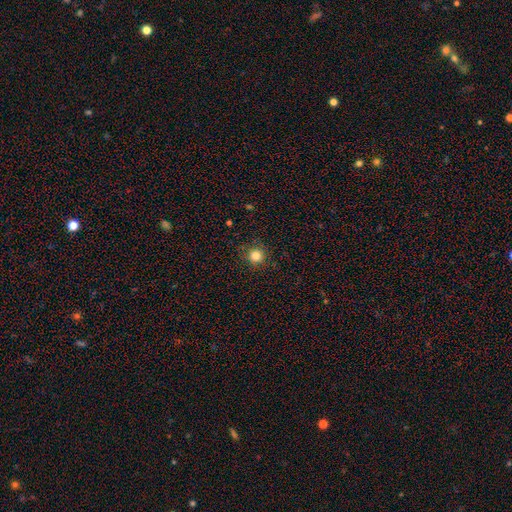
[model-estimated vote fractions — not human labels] Smooth or featured: smooth — 83% (star or artifact — 13%)
How rounded: round — 95% (in between — 4%)
Merging: none — 90% (minor disturbance — 7%)